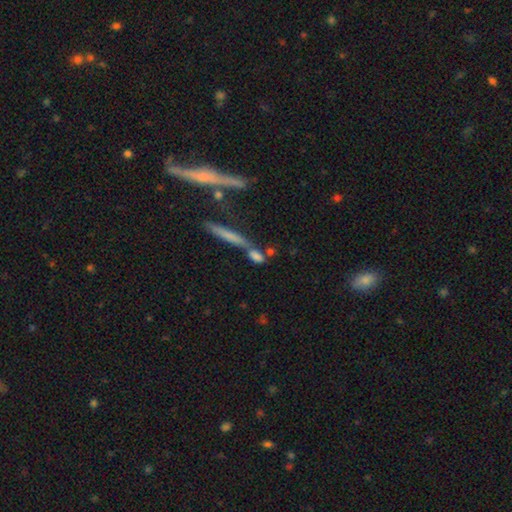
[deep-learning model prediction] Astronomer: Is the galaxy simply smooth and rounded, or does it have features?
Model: smooth — 72%.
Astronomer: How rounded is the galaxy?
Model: in between — 46% (runner-up: cigar-shaped, 45%).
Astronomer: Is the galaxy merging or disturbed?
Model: merger — 42% (runner-up: none, 40%).